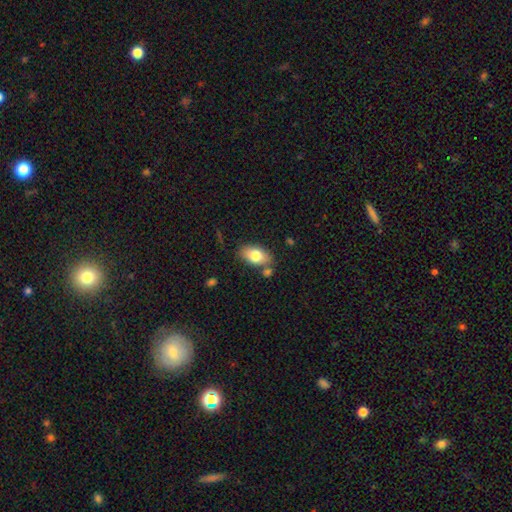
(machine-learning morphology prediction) smooth_or_featured: smooth (p=0.77) [alt: featured or disk p=0.16]
how_rounded: in between (p=0.90) [alt: round p=0.08]
merging: none (p=0.72) [alt: minor disturbance p=0.14]